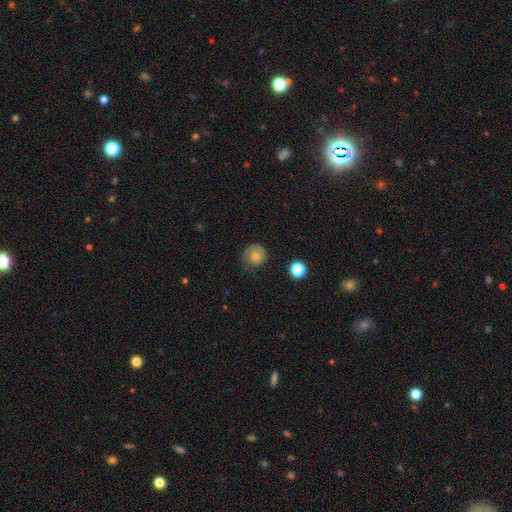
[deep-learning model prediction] Smooth or featured: smooth — 58% (featured or disk — 34%)
How rounded: round — 84% (in between — 15%)
Merging: none — 55% (minor disturbance — 27%)